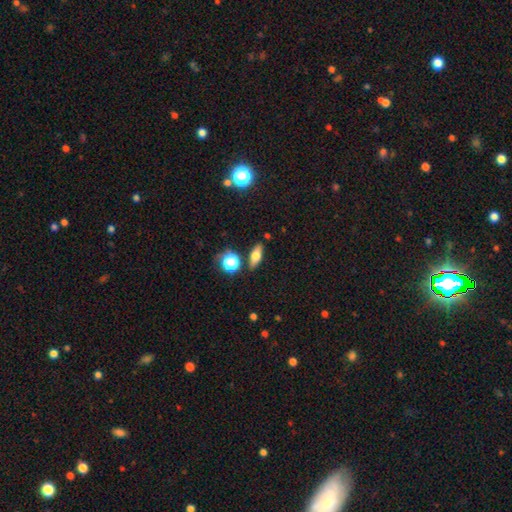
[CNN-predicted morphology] Q: Smooth or featured?
A: smooth (64%); runner-up: featured or disk (24%)
Q: How rounded?
A: in between (65%); runner-up: cigar-shaped (25%)
Q: Merging?
A: none (81%); runner-up: minor disturbance (11%)